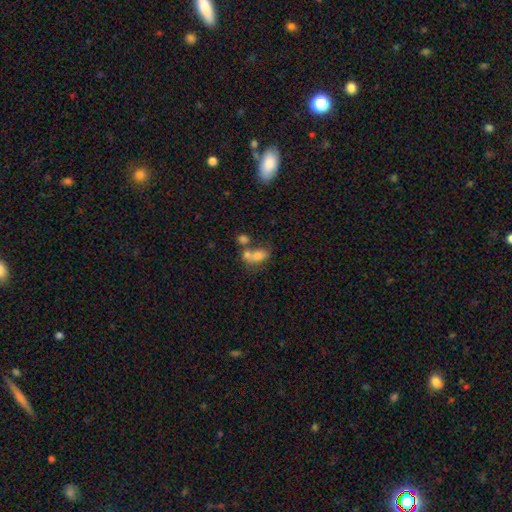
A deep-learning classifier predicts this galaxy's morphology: The model was most divided on "merging": merger: 54%, none: 29%, minor disturbance: 11%, major disturbance: 6%. More confident: how rounded — in between (79%); smooth or featured — smooth (71%).